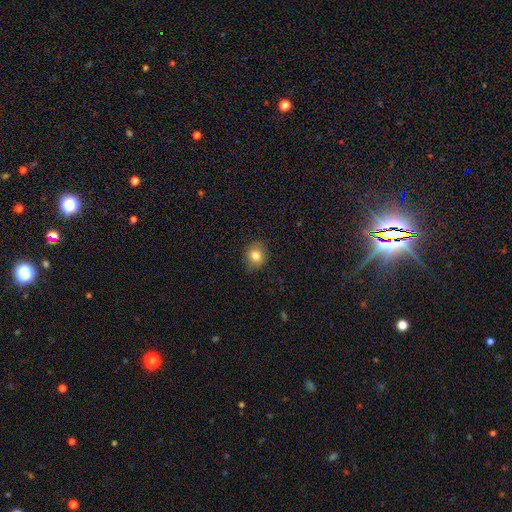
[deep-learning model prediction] The model was most divided on "how rounded": round: 66%, in between: 33%, cigar-shaped: 1%. More confident: merging — none (82%); smooth or featured — smooth (81%).